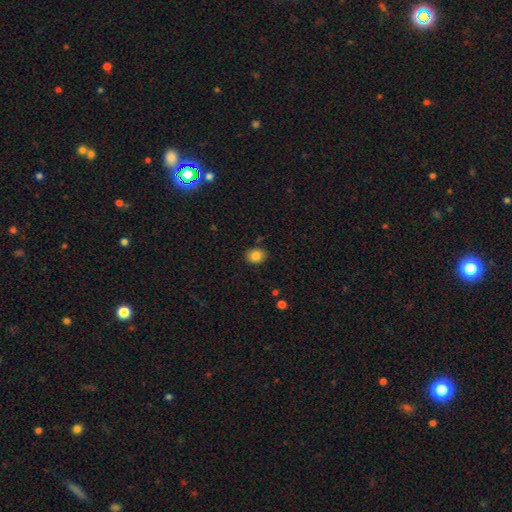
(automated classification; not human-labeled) smooth_or_featured: smooth (p=0.85) [alt: star or artifact p=0.09]
how_rounded: in between (p=0.56) [alt: round p=0.43]
merging: none (p=0.84) [alt: minor disturbance p=0.11]